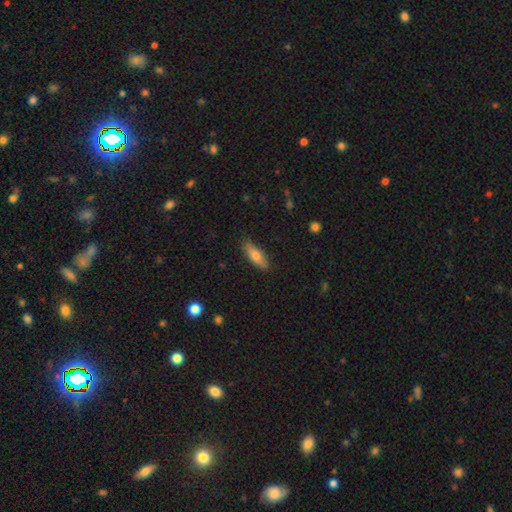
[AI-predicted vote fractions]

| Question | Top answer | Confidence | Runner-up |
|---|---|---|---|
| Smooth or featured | smooth | 72% | featured or disk (21%) |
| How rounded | in between | 53% | cigar-shaped (45%) |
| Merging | none | 86% | minor disturbance (11%) |